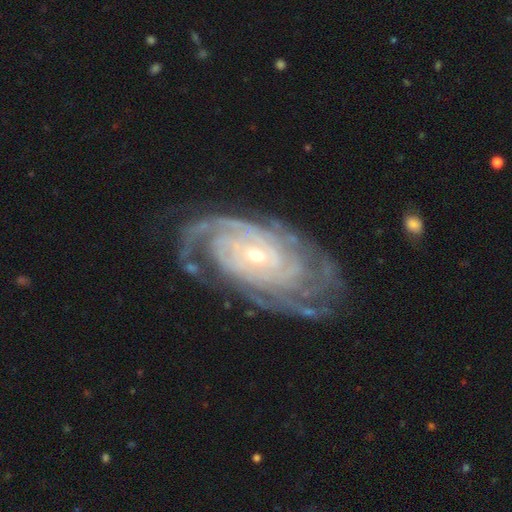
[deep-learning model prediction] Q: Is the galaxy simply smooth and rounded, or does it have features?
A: featured or disk — 92%.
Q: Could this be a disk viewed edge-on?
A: no — 96%.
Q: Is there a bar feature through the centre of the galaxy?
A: no — 63%.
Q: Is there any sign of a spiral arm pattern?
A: yes — 98%.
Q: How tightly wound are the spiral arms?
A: tight — 80%.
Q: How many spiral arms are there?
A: can't tell — 23%.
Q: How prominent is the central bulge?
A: small — 62%.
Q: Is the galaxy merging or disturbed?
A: none — 74%.